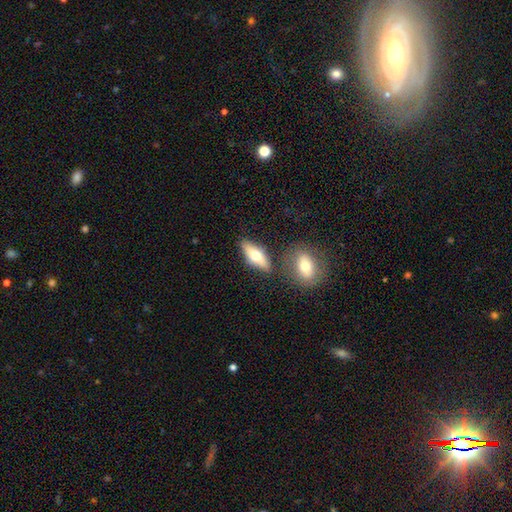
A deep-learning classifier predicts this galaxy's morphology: Smooth or featured? Predicted: smooth (p=0.58). How rounded? Predicted: in between (p=0.67). Merging? Predicted: none (p=0.74).